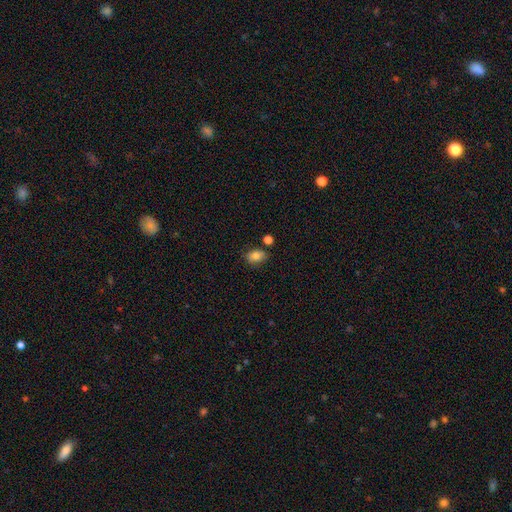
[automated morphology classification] Smooth or featured: smooth — 79% (star or artifact — 11%)
How rounded: in between — 66% (round — 33%)
Merging: none — 75% (minor disturbance — 15%)